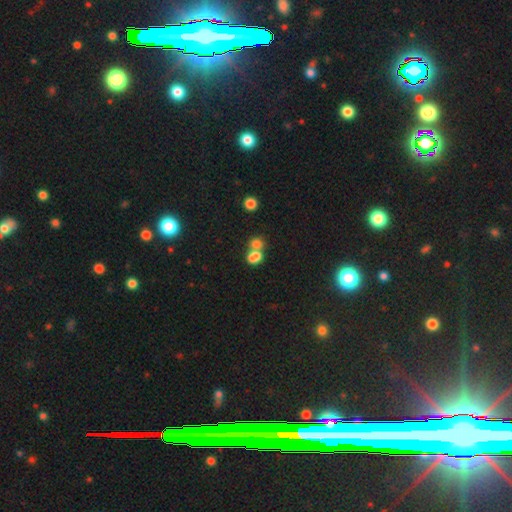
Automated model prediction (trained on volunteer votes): smooth_or_featured: smooth (p=0.75) [alt: star or artifact p=0.13]
how_rounded: in between (p=0.51) [alt: round p=0.48]
merging: merger (p=0.63) [alt: none p=0.27]